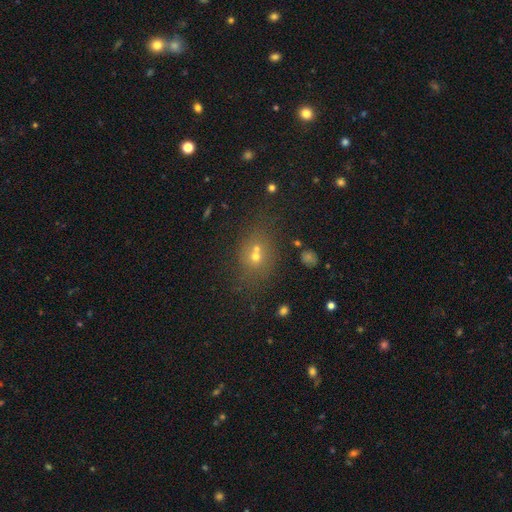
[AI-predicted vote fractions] Smooth or featured? Predicted: smooth (p=0.56). How rounded? Predicted: round (p=0.61). Merging? Predicted: none (p=0.48).